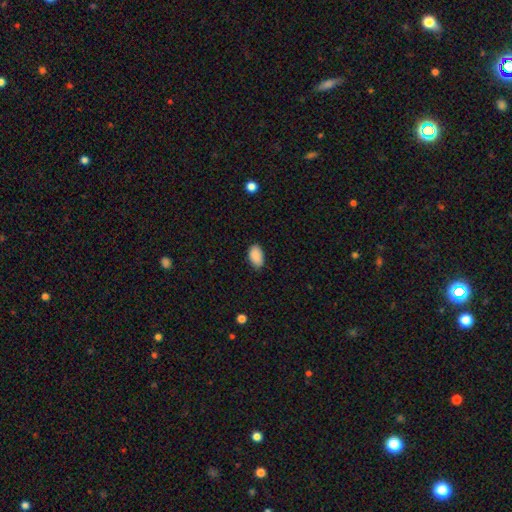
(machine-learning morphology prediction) Q: Smooth or featured?
A: smooth (90%); runner-up: star or artifact (7%)
Q: How rounded?
A: in between (93%); runner-up: round (6%)
Q: Merging?
A: none (83%); runner-up: minor disturbance (13%)